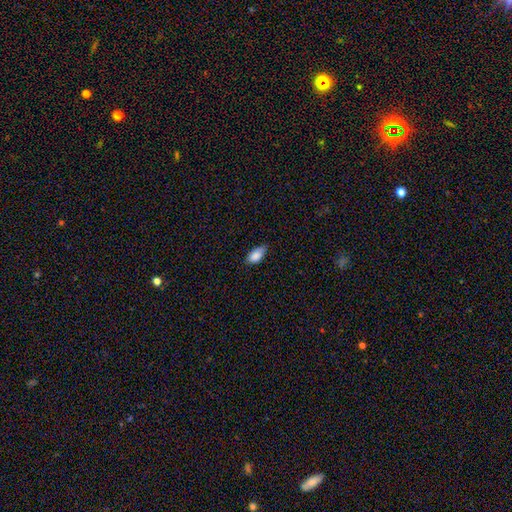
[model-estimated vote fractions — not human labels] Smooth or featured? smooth (87%)
How rounded? in between (92%)
Merging? none (61%)